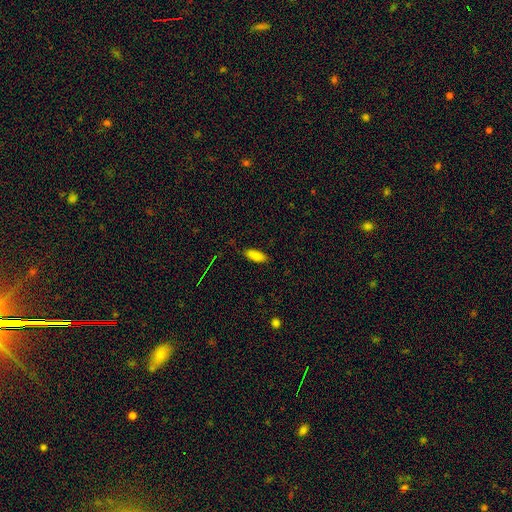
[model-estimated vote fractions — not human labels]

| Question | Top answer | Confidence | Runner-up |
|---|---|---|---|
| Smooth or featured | smooth | 85% | star or artifact (9%) |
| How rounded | in between | 76% | cigar-shaped (22%) |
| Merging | none | 84% | minor disturbance (12%) |